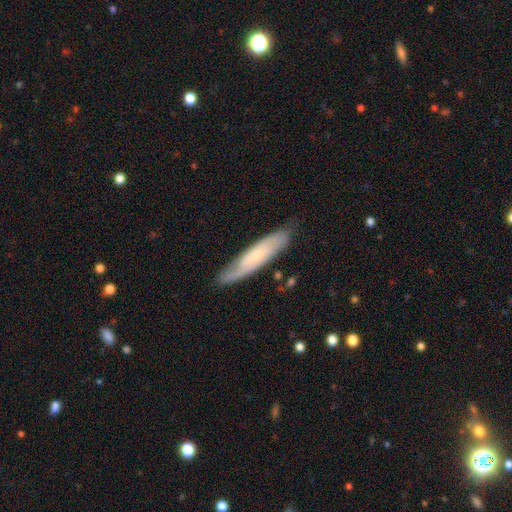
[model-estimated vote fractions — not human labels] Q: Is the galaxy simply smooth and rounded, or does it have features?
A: featured or disk — 50%.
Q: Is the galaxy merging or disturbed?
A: none — 77%.